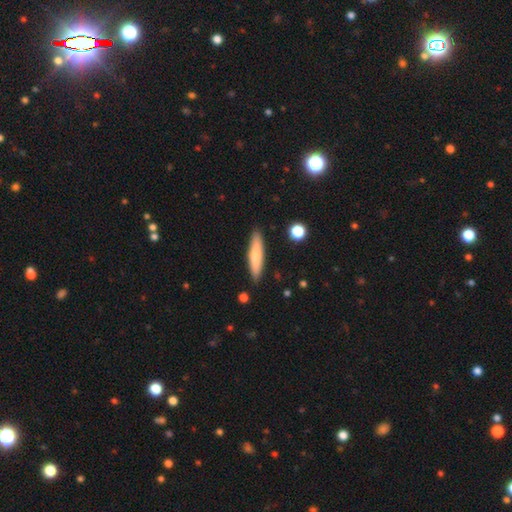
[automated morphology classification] type=smooth (75%); roundness=cigar-shaped (81%); merging=none (88%).